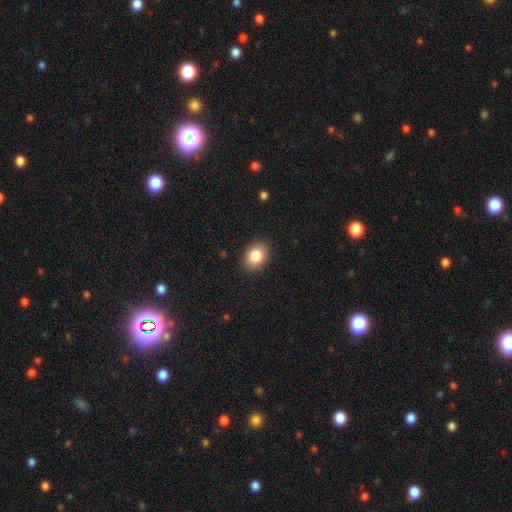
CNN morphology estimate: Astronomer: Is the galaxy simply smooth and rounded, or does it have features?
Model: smooth — 85%.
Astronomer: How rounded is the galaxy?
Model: in between — 72%.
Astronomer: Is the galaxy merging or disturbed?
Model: none — 88%.